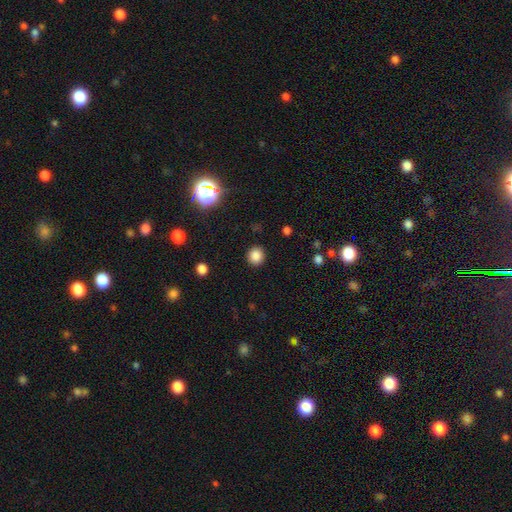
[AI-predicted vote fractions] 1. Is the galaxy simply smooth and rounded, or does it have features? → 84% smooth, 12% star or artifact, 4% featured or disk.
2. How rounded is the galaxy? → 89% round, 10% in between, 1% cigar-shaped.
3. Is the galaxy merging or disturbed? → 91% none, 6% minor disturbance, 2% major disturbance, 1% merger.